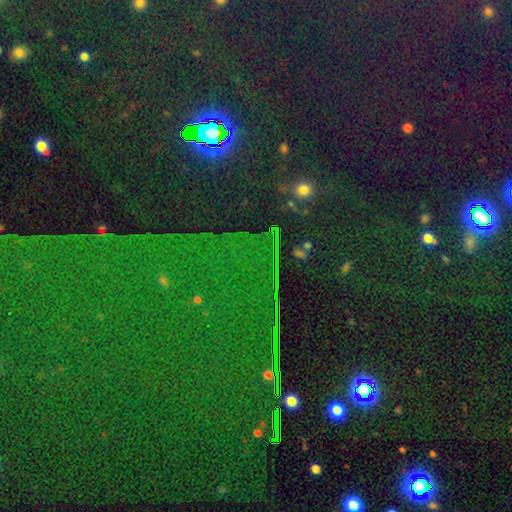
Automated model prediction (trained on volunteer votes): Smooth or featured? Predicted: star or artifact (p=0.86).